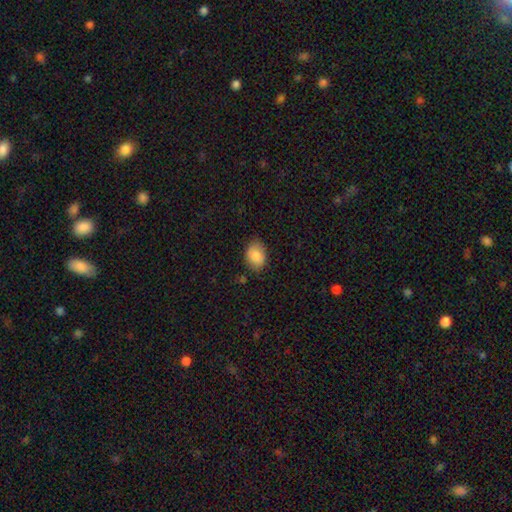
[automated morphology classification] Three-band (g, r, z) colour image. It shows a smooth galaxy with no disk features (85%) that is in between round and cigar-shaped (74%). Merging: none (79%).